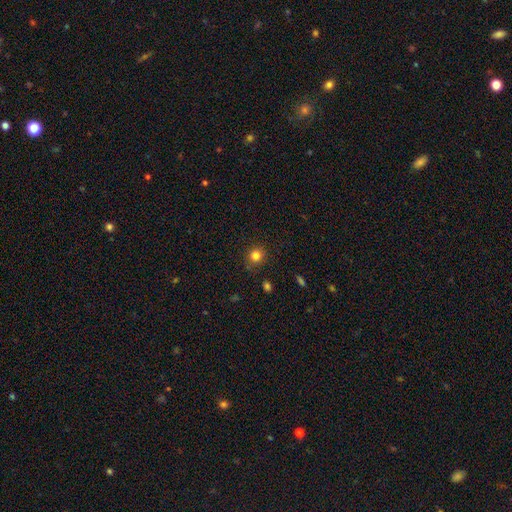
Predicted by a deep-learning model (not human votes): Overall: smooth (82%). How rounded: round (88%). Merging: none (86%).